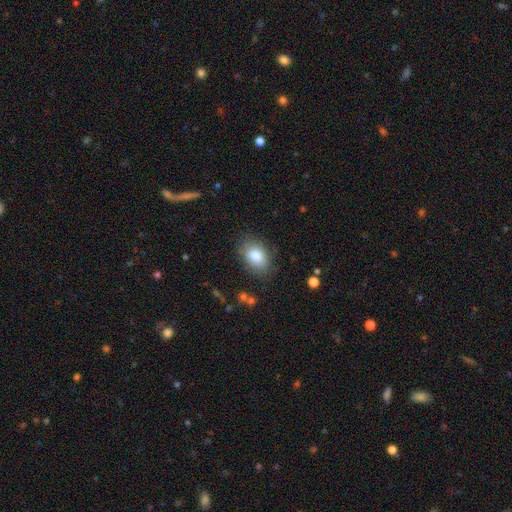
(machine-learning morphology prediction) type=smooth (83%); roundness=in between (84%); merging=none (80%).